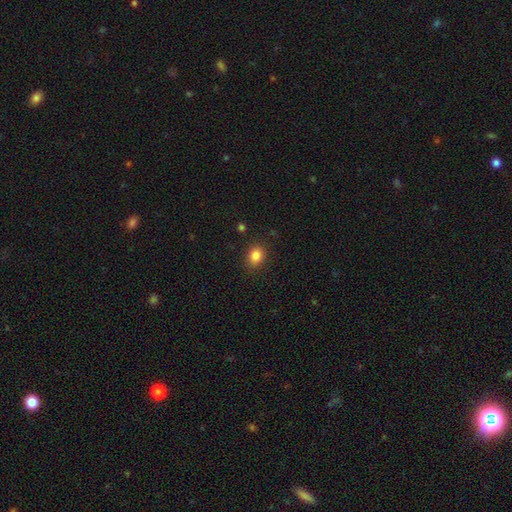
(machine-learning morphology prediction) Smooth or featured: smooth — 84% (star or artifact — 11%)
How rounded: round — 52% (in between — 47%)
Merging: none — 87% (minor disturbance — 9%)